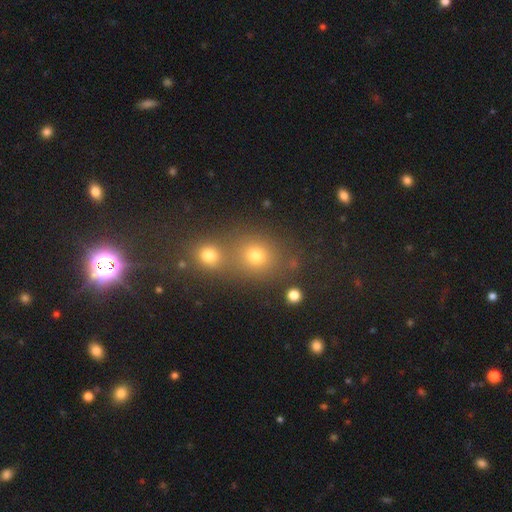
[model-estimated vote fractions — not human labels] Smooth or featured? Predicted: smooth (p=0.69). How rounded? Predicted: round (p=0.77). Merging? Predicted: none (p=0.51).